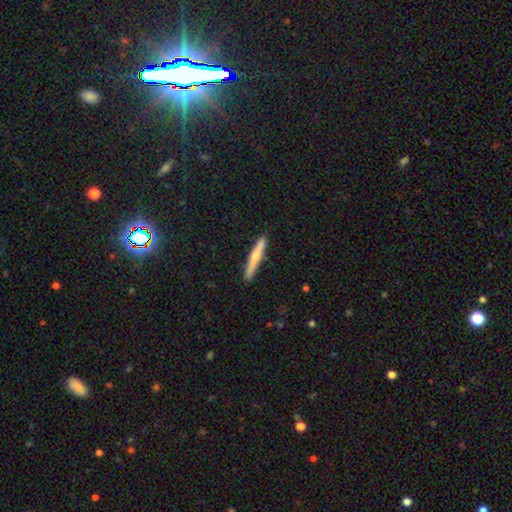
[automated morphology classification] type=smooth (61%); roundness=cigar-shaped (95%); merging=none (89%).